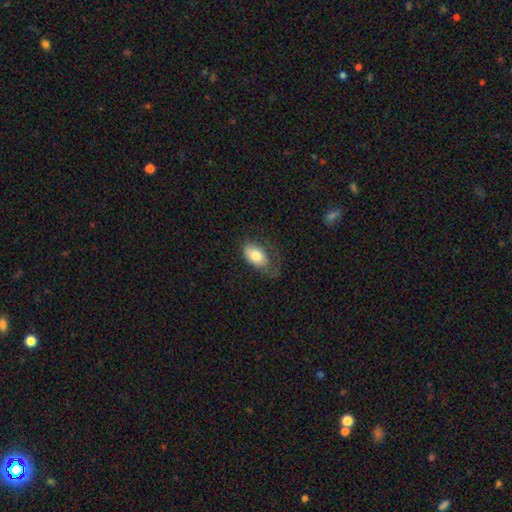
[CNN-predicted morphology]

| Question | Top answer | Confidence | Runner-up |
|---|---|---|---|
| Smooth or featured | smooth | 74% | featured or disk (19%) |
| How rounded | in between | 93% | round (5%) |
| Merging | none | 41% | major disturbance (30%) |